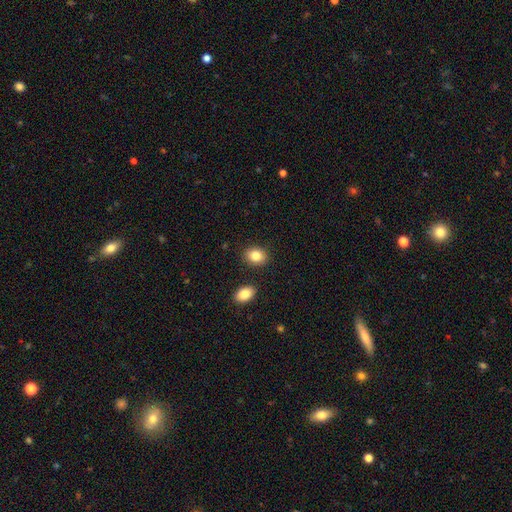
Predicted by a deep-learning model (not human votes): Q: Smooth or featured?
A: smooth (84%); runner-up: star or artifact (9%)
Q: How rounded?
A: in between (59%); runner-up: round (40%)
Q: Merging?
A: none (85%); runner-up: minor disturbance (8%)